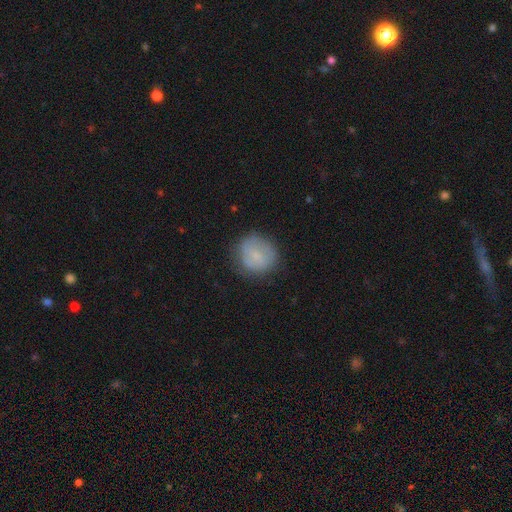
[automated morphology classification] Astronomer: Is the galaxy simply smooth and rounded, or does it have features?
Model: smooth — 66%.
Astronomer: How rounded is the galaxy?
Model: round — 86%.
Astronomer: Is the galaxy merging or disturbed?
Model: none — 75%.